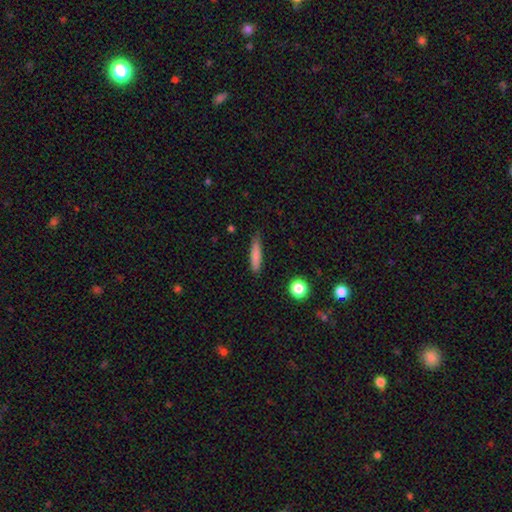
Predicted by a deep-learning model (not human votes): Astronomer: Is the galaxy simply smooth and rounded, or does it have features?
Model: smooth — 80%.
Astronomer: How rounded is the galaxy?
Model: cigar-shaped — 82%.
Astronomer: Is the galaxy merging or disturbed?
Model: none — 77%.